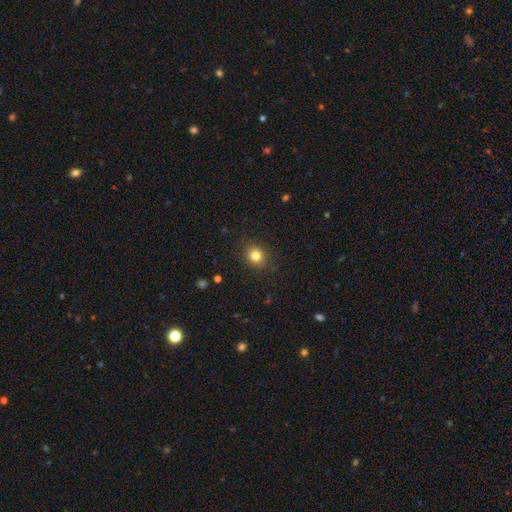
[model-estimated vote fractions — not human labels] smooth_or_featured: smooth (p=0.81) [alt: star or artifact p=0.12]
how_rounded: round (p=0.78) [alt: in between p=0.21]
merging: none (p=0.89) [alt: minor disturbance p=0.08]